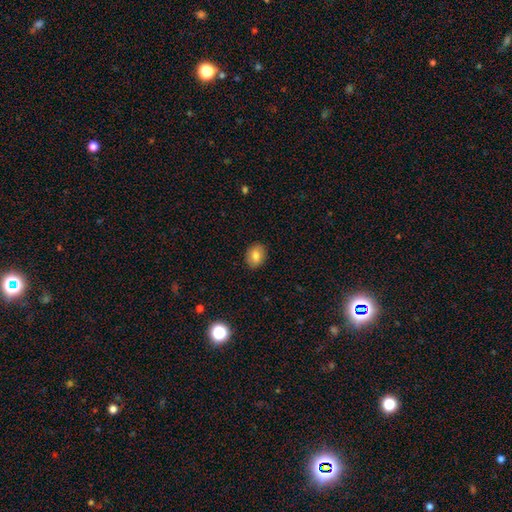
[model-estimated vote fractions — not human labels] smooth_or_featured: smooth (p=0.80) [alt: featured or disk p=0.11]
how_rounded: in between (p=0.55) [alt: round p=0.44]
merging: none (p=0.89) [alt: minor disturbance p=0.08]